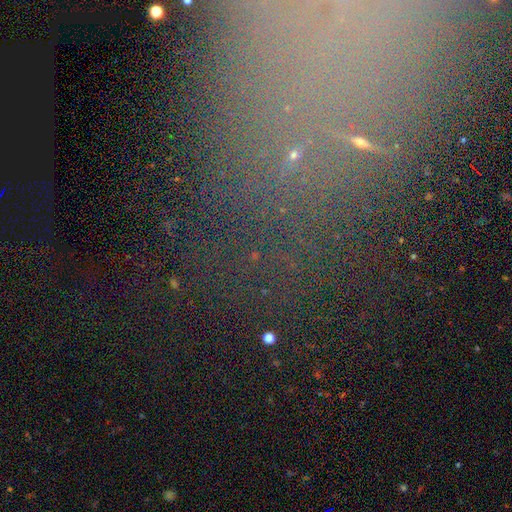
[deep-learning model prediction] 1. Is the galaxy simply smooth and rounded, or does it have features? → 63% star or artifact, 19% smooth, 18% featured or disk.